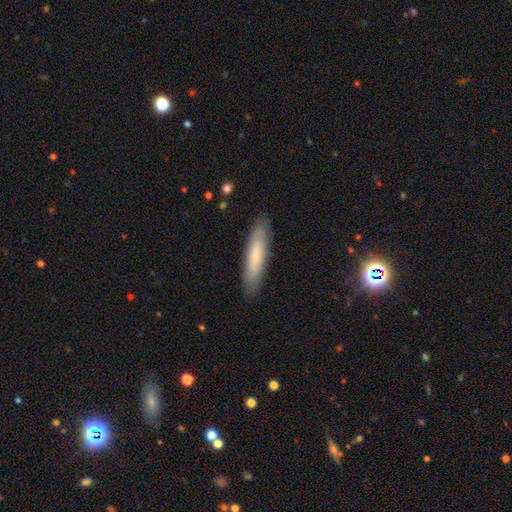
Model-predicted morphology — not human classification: Smooth or featured? Predicted: smooth (p=0.72). How rounded? Predicted: cigar-shaped (p=0.84). Merging? Predicted: none (p=0.89).